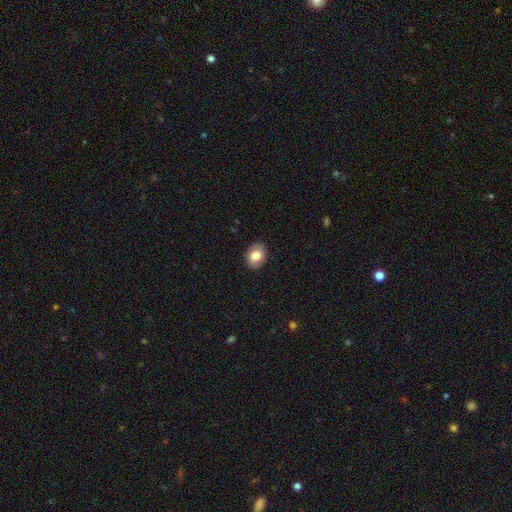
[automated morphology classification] Overall: smooth (78%). How rounded: in between (70%). Merging: none (88%).